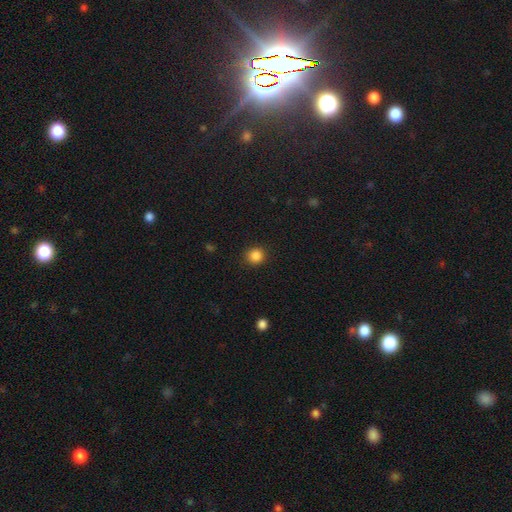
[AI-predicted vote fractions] The model was most divided on "smooth or featured": smooth: 86%, star or artifact: 11%, featured or disk: 3%. More confident: how rounded — round (90%); merging — none (89%).